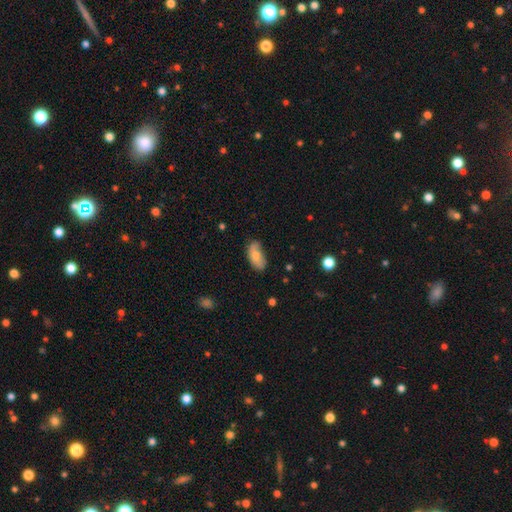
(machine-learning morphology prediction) The model was most divided on "merging": none: 55%, minor disturbance: 34%, major disturbance: 9%, merger: 3%. More confident: how rounded — in between (91%); smooth or featured — smooth (74%).